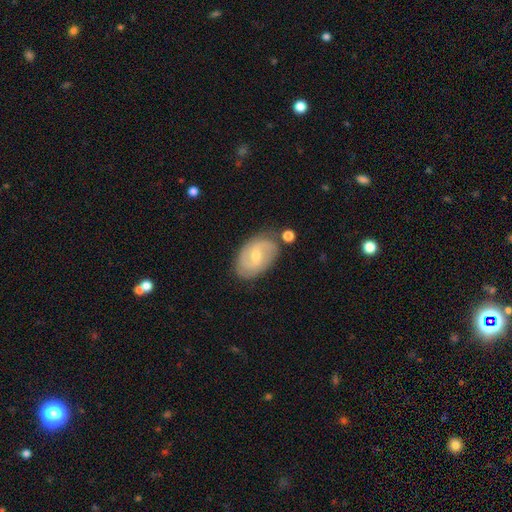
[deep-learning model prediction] Smooth or featured? featured or disk (70%)
Edge-on disk? no (96%)
Bar? weak (55%)
Spiral arms? yes (90%)
Spiral winding? medium (46%)
Spiral arm count? 2 (74%)
Bulge size? small (53%)
Merging? none (74%)